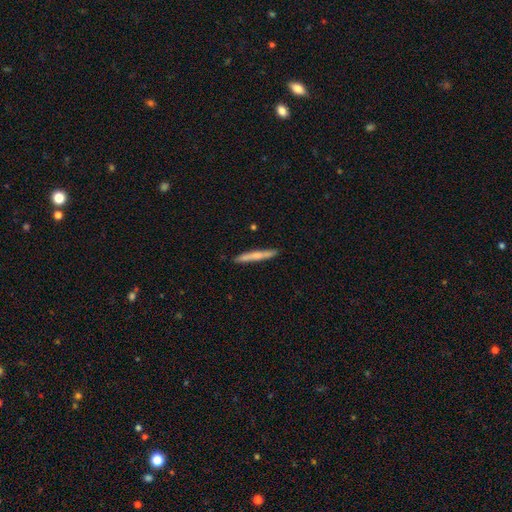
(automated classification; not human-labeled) Smooth or featured?
  - smooth: 59% *
  - featured or disk: 35%
  - star or artifact: 6%
How rounded?
  - cigar-shaped: 96% *
  - in between: 3%
  - round: 1%
Merging?
  - none: 89% *
  - minor disturbance: 8%
  - major disturbance: 2%
  - merger: 2%